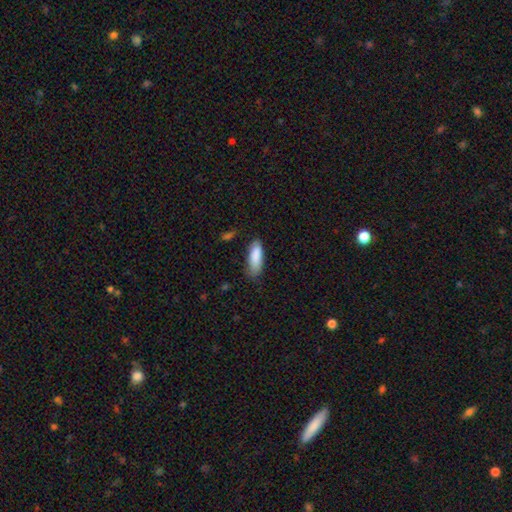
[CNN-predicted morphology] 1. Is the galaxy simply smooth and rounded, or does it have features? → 88% smooth, 6% featured or disk, 6% star or artifact.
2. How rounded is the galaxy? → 64% in between, 34% cigar-shaped, 2% round.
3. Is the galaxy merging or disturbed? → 70% none, 23% minor disturbance, 5% major disturbance, 2% merger.